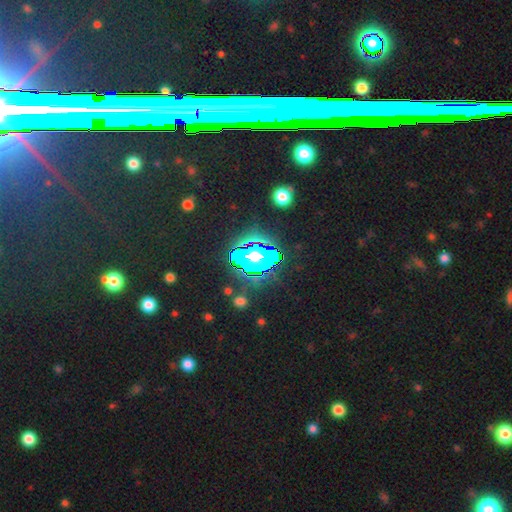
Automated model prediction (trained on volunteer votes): A star or artifact, not a galaxy (60%).